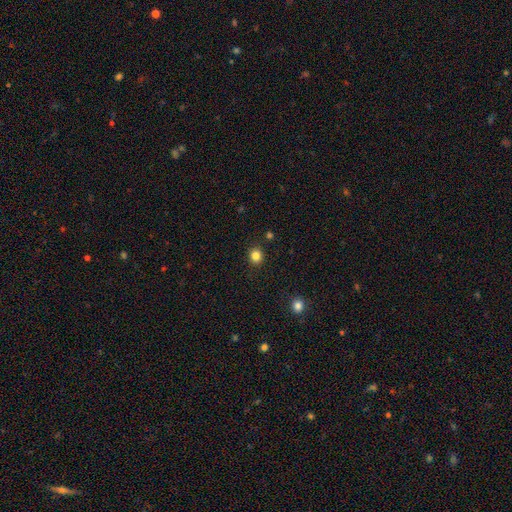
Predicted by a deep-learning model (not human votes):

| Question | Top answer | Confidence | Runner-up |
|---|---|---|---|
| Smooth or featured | smooth | 83% | star or artifact (13%) |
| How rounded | round | 84% | in between (15%) |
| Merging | none | 90% | minor disturbance (6%) |